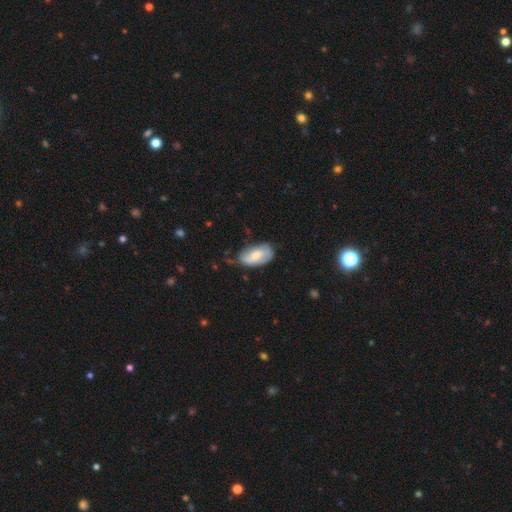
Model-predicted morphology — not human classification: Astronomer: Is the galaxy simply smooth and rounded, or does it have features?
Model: smooth — 59% (runner-up: featured or disk, 35%).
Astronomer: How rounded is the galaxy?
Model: in between — 93%.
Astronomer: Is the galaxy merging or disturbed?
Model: none — 51% (runner-up: minor disturbance, 37%).